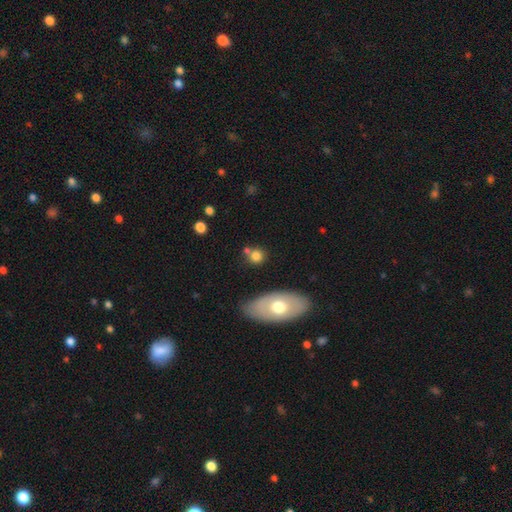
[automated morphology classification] A smooth galaxy with no disk features (77%) that is round (82%).

Vote fractions:
- Smooth or featured? smooth: 77% / featured or disk: 13% / star or artifact: 10%
- How rounded? round: 82% / in between: 16% / cigar-shaped: 2%
- Merging? none: 64% / merger: 20% / minor disturbance: 12% / major disturbance: 4%